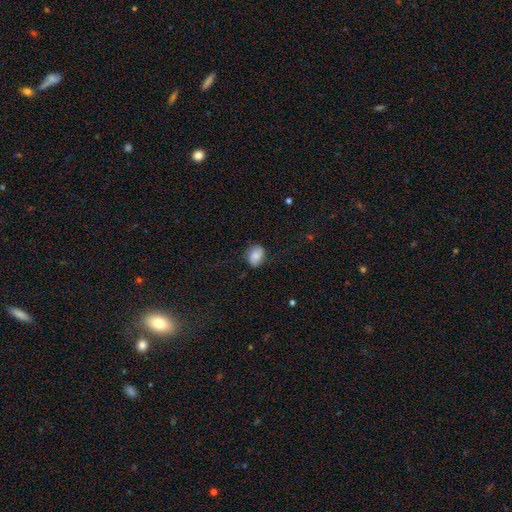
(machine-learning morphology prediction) type=smooth (73%); roundness=in between (66%); merging=none (69%).